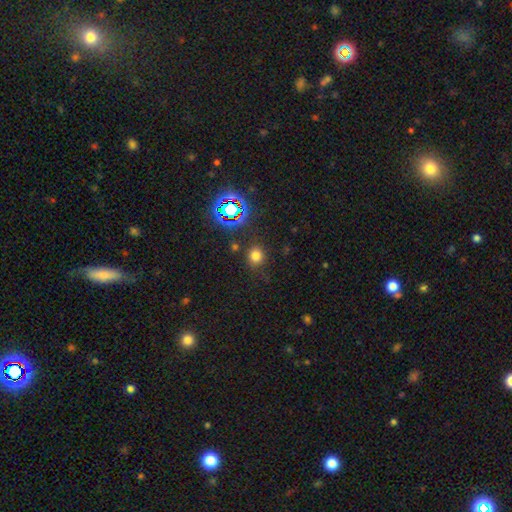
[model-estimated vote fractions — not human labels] smooth_or_featured: smooth (p=0.71) [alt: star or artifact p=0.23]
how_rounded: round (p=0.85) [alt: in between p=0.14]
merging: none (p=0.84) [alt: minor disturbance p=0.09]